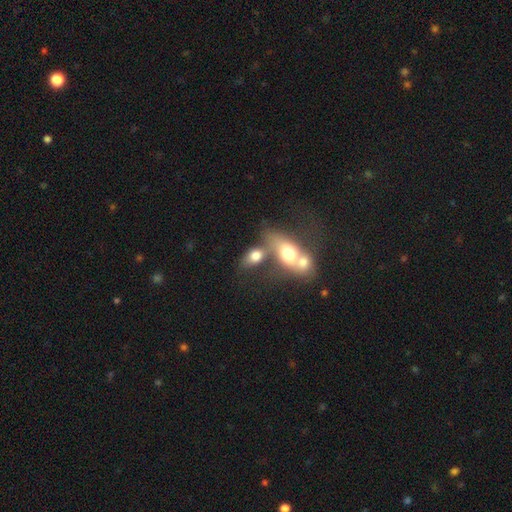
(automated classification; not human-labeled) Q: Smooth or featured?
A: smooth (71%); runner-up: featured or disk (20%)
Q: How rounded?
A: in between (78%); runner-up: round (17%)
Q: Merging?
A: merger (54%); runner-up: none (28%)